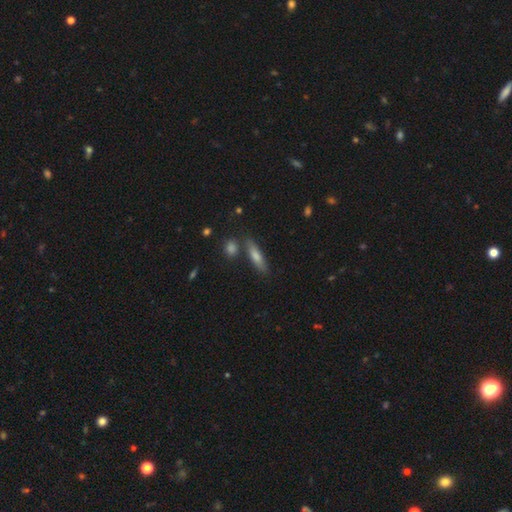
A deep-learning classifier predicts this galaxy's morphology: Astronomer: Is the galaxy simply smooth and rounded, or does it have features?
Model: smooth — 63%.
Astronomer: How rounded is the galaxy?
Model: cigar-shaped — 75%.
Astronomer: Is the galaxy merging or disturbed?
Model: none — 79%.